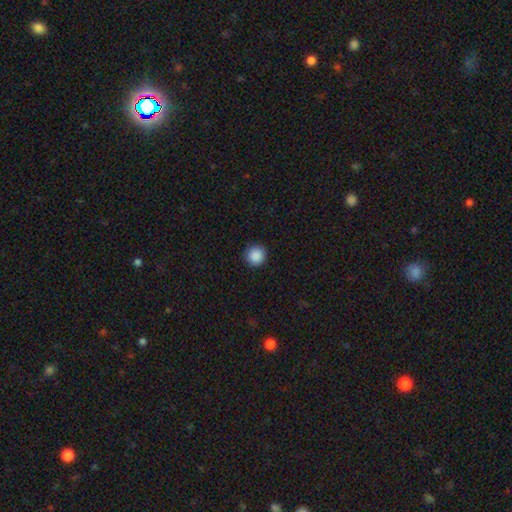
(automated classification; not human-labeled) Morphology: type=smooth (89%); roundness=round (95%); merging=none (91%).